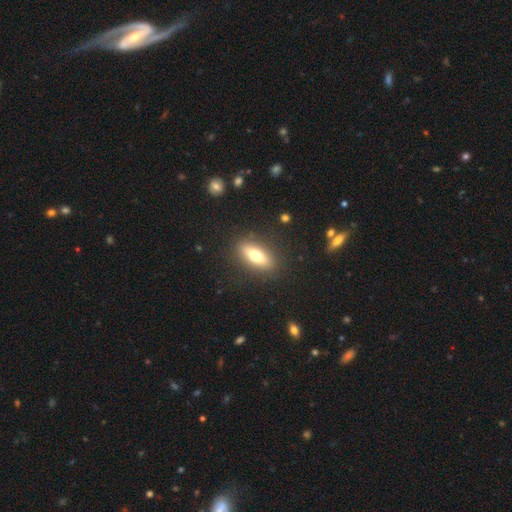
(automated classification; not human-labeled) Overall: smooth (67%). How rounded: in between (69%). Merging: none (86%).